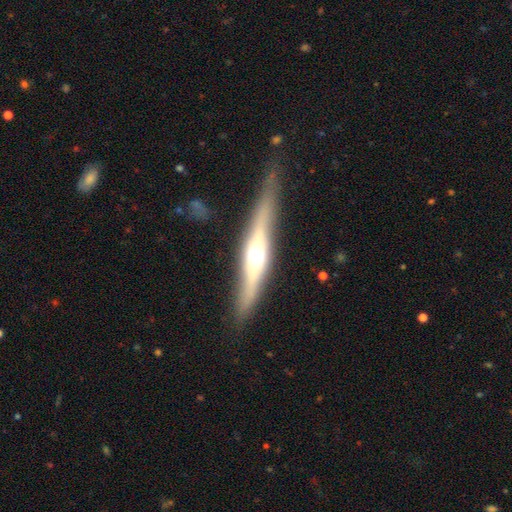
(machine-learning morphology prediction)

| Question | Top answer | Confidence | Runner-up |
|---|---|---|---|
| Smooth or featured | featured or disk | 69% | smooth (26%) |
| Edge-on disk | yes | 93% | no (7%) |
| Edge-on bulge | rounded | 87% | boxy (8%) |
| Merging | none | 83% | minor disturbance (12%) |